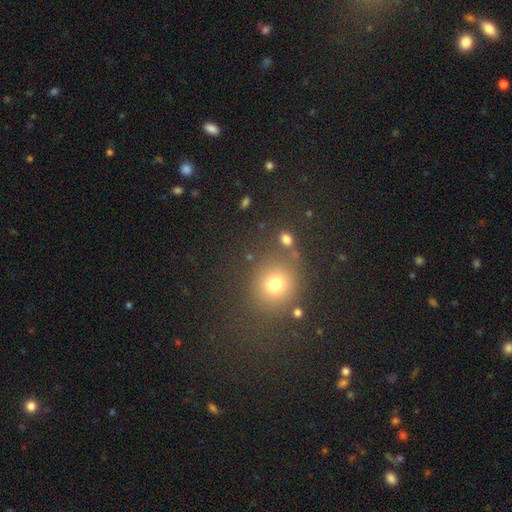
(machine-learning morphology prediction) A smooth galaxy with no disk features (59%) that is round (79%).

Vote fractions:
- Smooth or featured? smooth: 59% / star or artifact: 32% / featured or disk: 9%
- How rounded? round: 79% / in between: 20% / cigar-shaped: 1%
- Merging? none: 77% / minor disturbance: 11% / major disturbance: 6% / merger: 6%